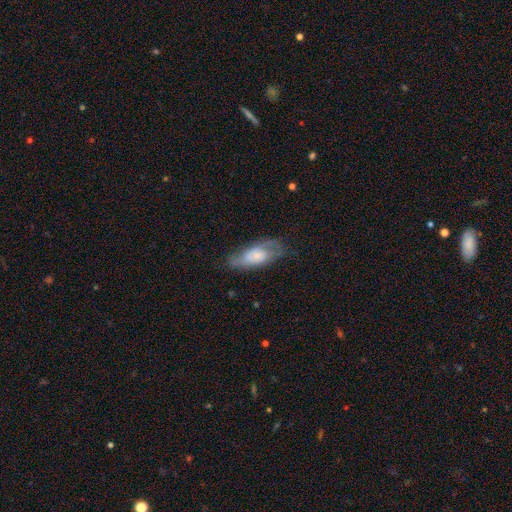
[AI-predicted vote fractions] A featured or disk galaxy (49%).

Vote fractions:
- Smooth or featured? featured or disk: 49% / smooth: 45% / star or artifact: 7%
- Merging? none: 62% / minor disturbance: 24% / major disturbance: 12% / merger: 2%